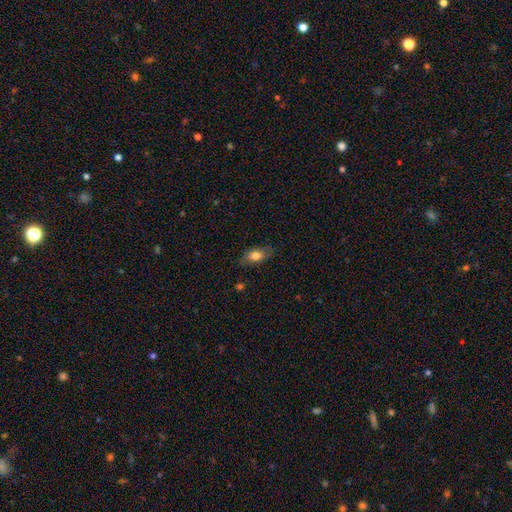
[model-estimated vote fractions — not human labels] smooth_or_featured: smooth (p=0.76) [alt: featured or disk p=0.16]
how_rounded: in between (p=0.85) [alt: round p=0.08]
merging: none (p=0.76) [alt: minor disturbance p=0.18]